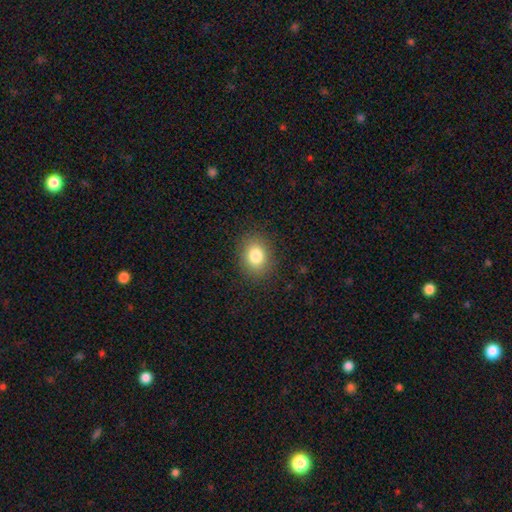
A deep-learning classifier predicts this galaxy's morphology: smooth_or_featured: smooth (p=0.82) [alt: star or artifact p=0.10]
how_rounded: round (p=0.51) [alt: in between p=0.48]
merging: none (p=0.88) [alt: minor disturbance p=0.08]